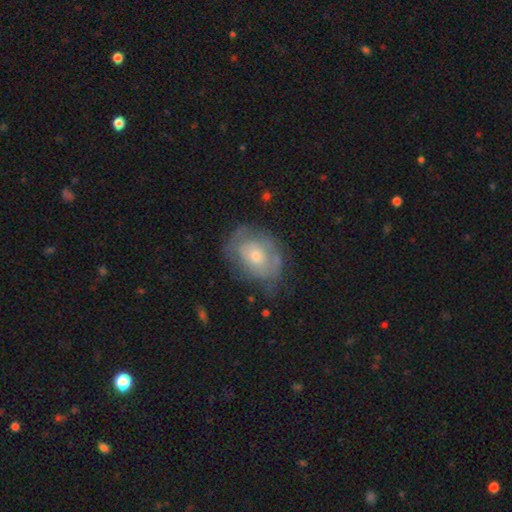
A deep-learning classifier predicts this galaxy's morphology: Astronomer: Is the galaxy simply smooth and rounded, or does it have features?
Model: featured or disk — 52% (runner-up: smooth, 40%).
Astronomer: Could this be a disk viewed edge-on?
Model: no — 95%.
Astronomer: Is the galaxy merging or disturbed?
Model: none — 59%.